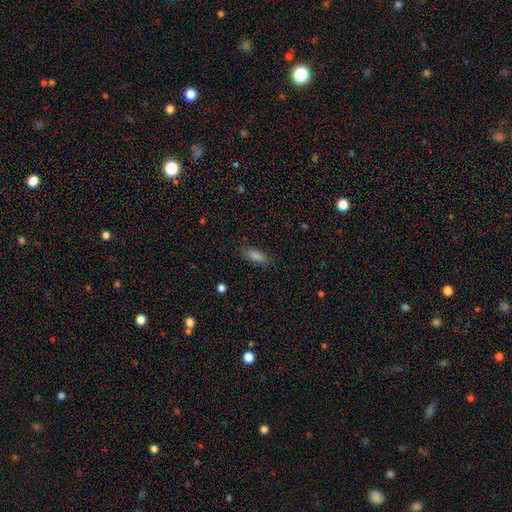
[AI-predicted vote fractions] smooth 80%, star or artifact 12%, featured or disk 8%. Down the decision tree: how rounded — in between (78%); merging — none (85%).